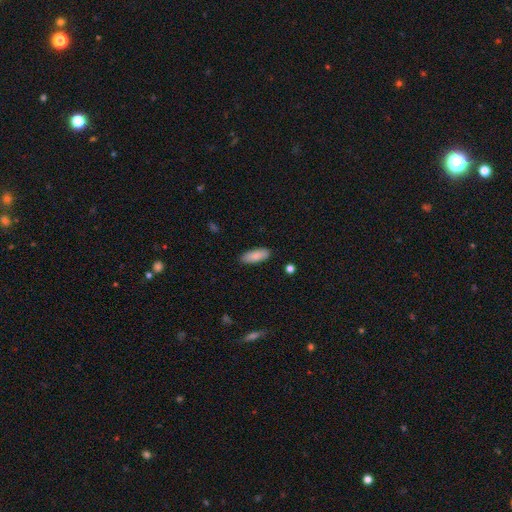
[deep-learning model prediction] Smooth or featured: smooth — 88% (star or artifact — 6%)
How rounded: in between — 72% (cigar-shaped — 26%)
Merging: none — 88% (minor disturbance — 9%)